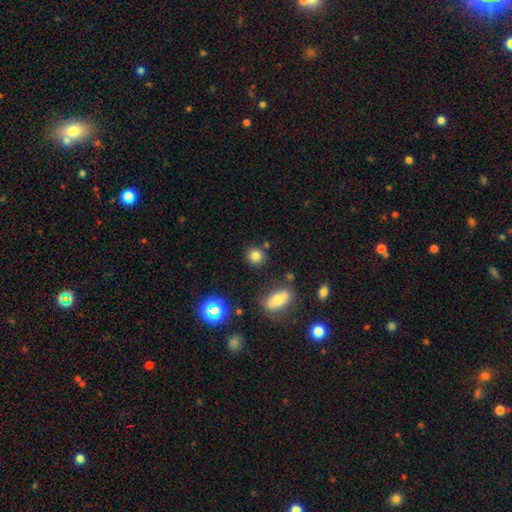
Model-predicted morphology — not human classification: This is likely a smooth galaxy (79%). How rounded: clearly round (85%). Merging: clearly none (84%).